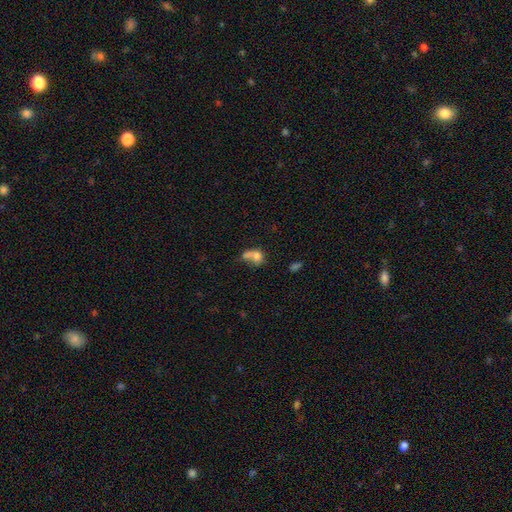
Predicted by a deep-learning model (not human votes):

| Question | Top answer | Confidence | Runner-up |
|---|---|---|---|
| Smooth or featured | smooth | 70% | featured or disk (19%) |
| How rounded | in between | 52% | round (45%) |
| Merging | merger | 53% | none (22%) |